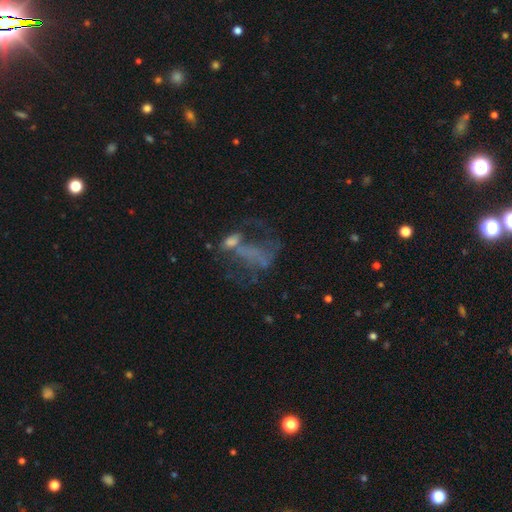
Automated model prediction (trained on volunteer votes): smooth-or-featured: featured or disk: 52% | smooth: 26% | star or artifact: 22%
  disk-edge-on: no: 97% | yes: 3%
    bar: no: 82% | weak: 13% | strong: 5%
    has-spiral-arms: no: 83% | yes: 17%
    bulge-size: none: 75% | small: 13% | moderate: 8% | large: 3% | dominant: 2%
  merging: major disturbance: 42% | none: 24% | merger: 22% | minor disturbance: 11%